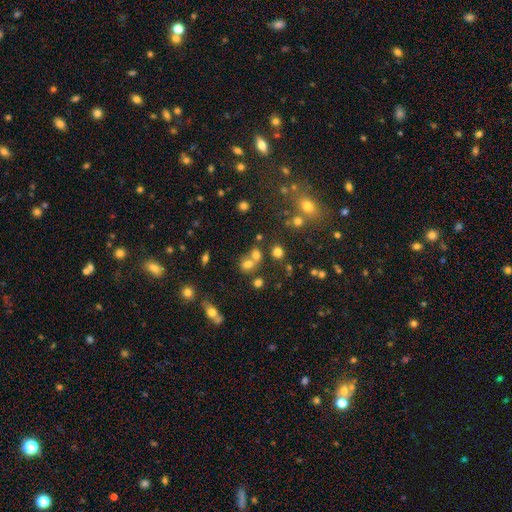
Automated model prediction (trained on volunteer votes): A smooth galaxy with no disk features (64%) that is round (68%). Merging: none (46%).